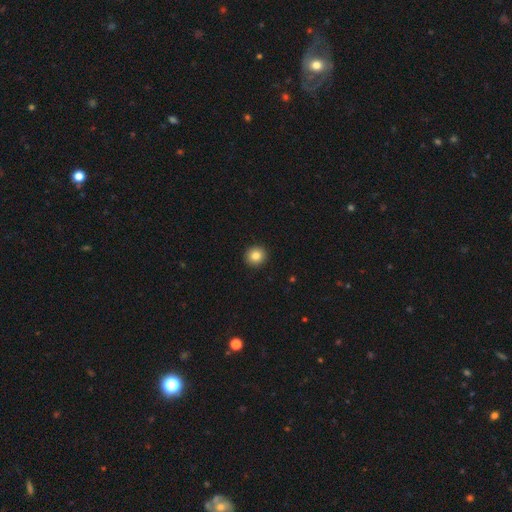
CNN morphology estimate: Smooth or featured?
  - smooth: 84% *
  - star or artifact: 10%
  - featured or disk: 6%
How rounded?
  - round: 92% *
  - in between: 7%
  - cigar-shaped: 1%
Merging?
  - none: 93% *
  - minor disturbance: 4%
  - major disturbance: 1%
  - merger: 1%